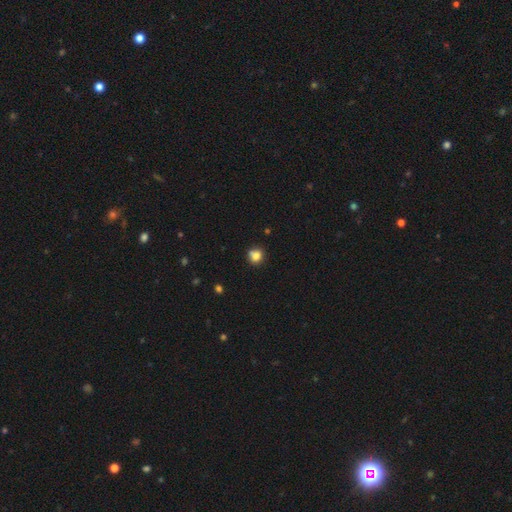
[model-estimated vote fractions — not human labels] Q: Smooth or featured?
A: smooth (80%); runner-up: star or artifact (12%)
Q: How rounded?
A: round (83%); runner-up: in between (16%)
Q: Merging?
A: none (64%); runner-up: merger (17%)